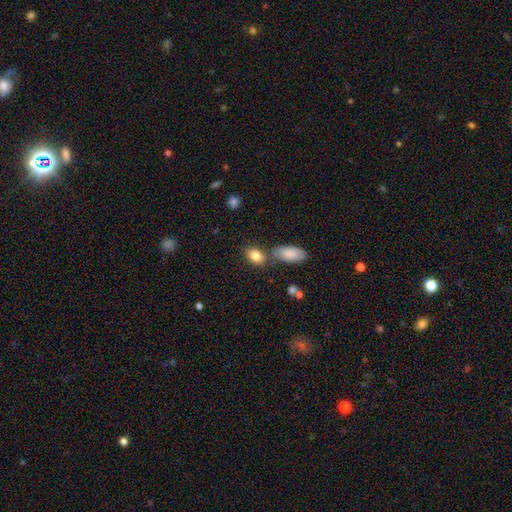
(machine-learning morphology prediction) type=smooth (84%); roundness=in between (82%); merging=none (64%).